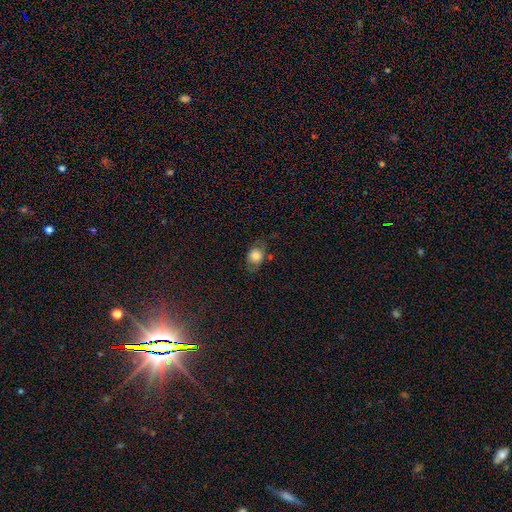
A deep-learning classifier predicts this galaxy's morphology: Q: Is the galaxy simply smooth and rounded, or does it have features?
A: smooth — 74%.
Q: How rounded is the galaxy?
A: round — 54%.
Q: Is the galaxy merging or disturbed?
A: none — 62%.